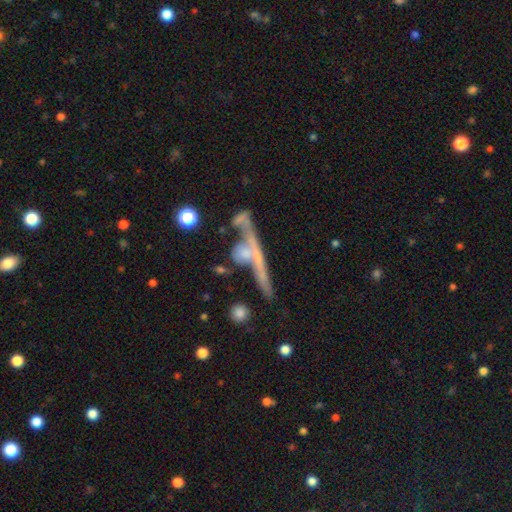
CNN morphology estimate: featured or disk 61%, smooth 28%, star or artifact 12%. Down the decision tree: edge-on disk — yes (79%); merging — none (48%).